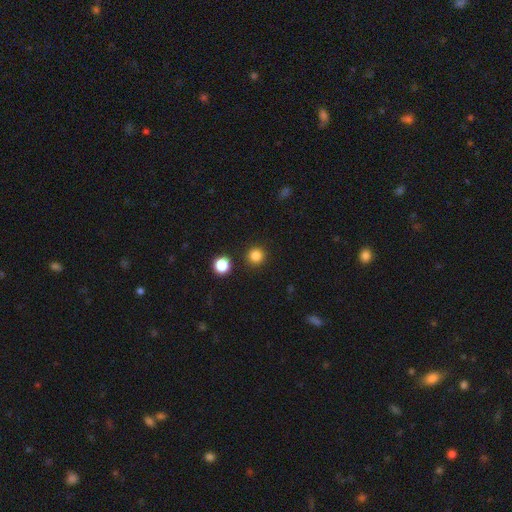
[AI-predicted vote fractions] A smooth galaxy with no disk features (84%) that is round (95%).

Vote fractions:
- Smooth or featured? smooth: 84% / star or artifact: 12% / featured or disk: 4%
- How rounded? round: 95% / in between: 4% / cigar-shaped: 1%
- Merging? none: 91% / minor disturbance: 5% / merger: 2% / major disturbance: 2%